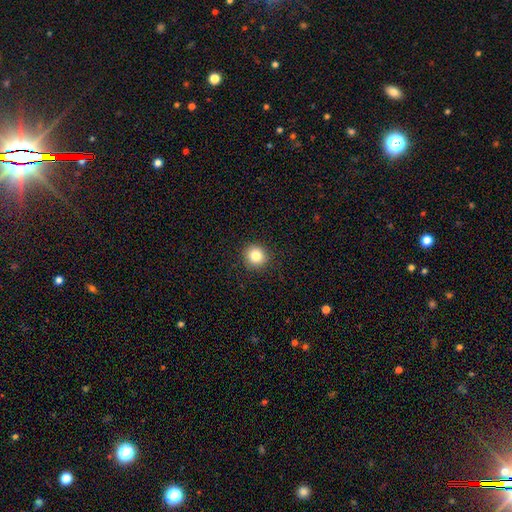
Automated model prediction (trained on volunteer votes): smooth-or-featured: smooth: 83% | star or artifact: 11% | featured or disk: 6%
  how-rounded: round: 91% | in between: 8% | cigar-shaped: 1%
  merging: none: 92% | minor disturbance: 5% | major disturbance: 2% | merger: 1%